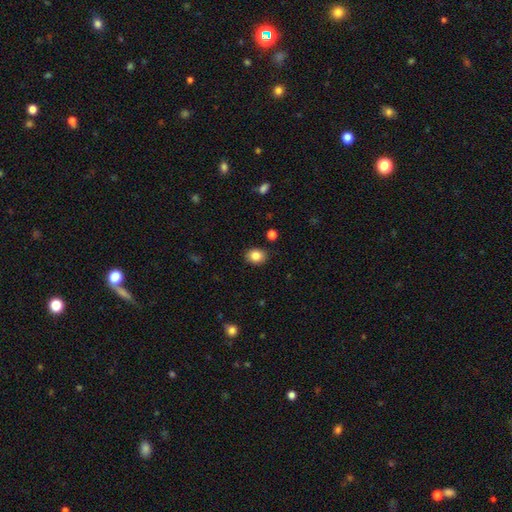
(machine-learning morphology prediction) smooth 84%, star or artifact 9%, featured or disk 6%. Down the decision tree: how rounded — in between (54%); merging — none (88%).